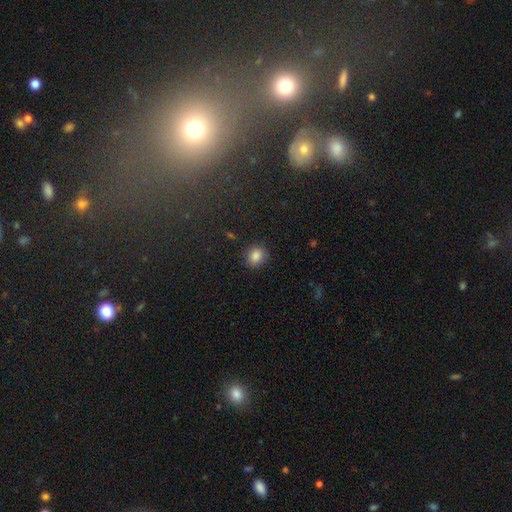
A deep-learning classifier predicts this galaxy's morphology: Overall: smooth (84%). How rounded: round (71%). Merging: none (86%).